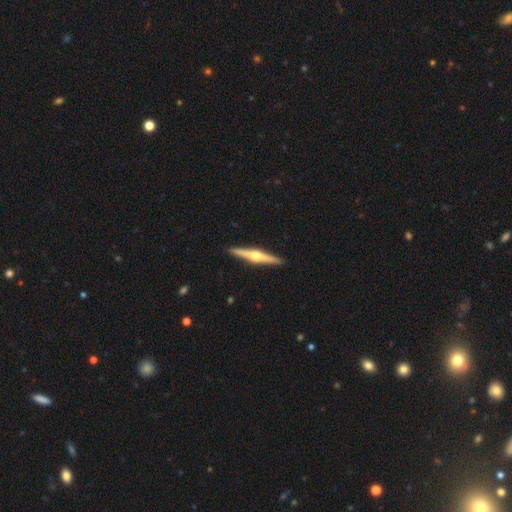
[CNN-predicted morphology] A featured or disk galaxy (78%) viewed edge-on (98%) with a rounded central bulge (95%). Merging: none (92%).